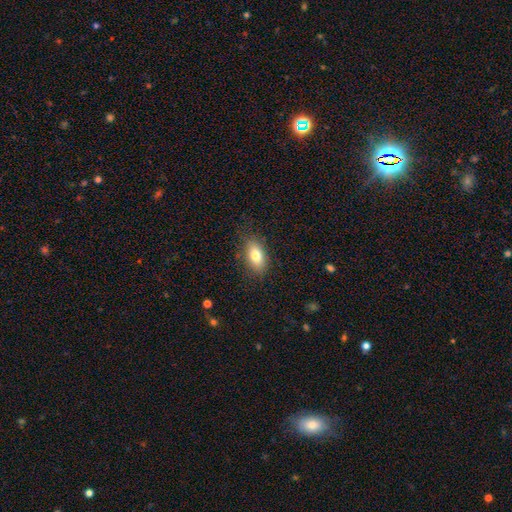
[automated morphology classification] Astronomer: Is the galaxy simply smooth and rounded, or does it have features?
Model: smooth — 79%.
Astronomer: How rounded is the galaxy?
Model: in between — 89%.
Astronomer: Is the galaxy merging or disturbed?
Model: none — 82%.